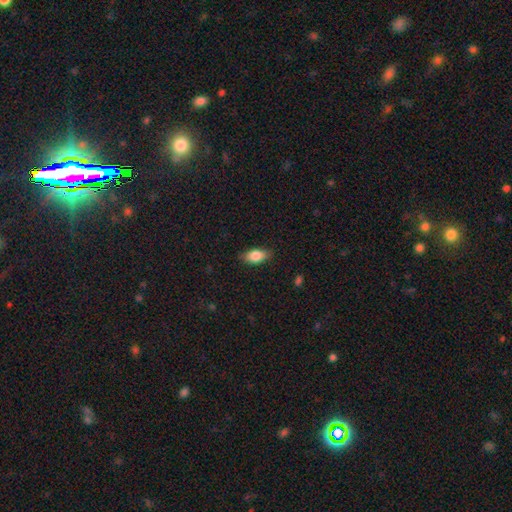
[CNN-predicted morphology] Overall: smooth (81%). How rounded: in between (88%). Merging: none (84%).